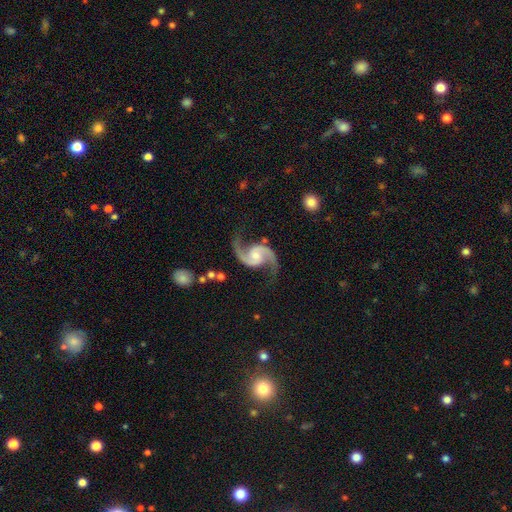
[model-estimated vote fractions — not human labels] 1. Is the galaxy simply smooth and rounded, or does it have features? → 94% featured or disk, 4% star or artifact, 3% smooth.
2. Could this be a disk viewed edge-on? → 98% no, 2% yes.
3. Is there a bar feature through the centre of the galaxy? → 57% no, 33% weak, 9% strong.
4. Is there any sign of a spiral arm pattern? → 98% yes, 2% no.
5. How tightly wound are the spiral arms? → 49% loose, 44% medium, 7% tight.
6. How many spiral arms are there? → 95% 2, 1% 1, 1% can't tell, 1% 3, 1% 4, 1% more than 4.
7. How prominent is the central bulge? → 51% small, 40% moderate, 5% none, 3% large, 1% dominant.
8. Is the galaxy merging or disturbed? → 78% none, 13% minor disturbance, 7% major disturbance, 2% merger.